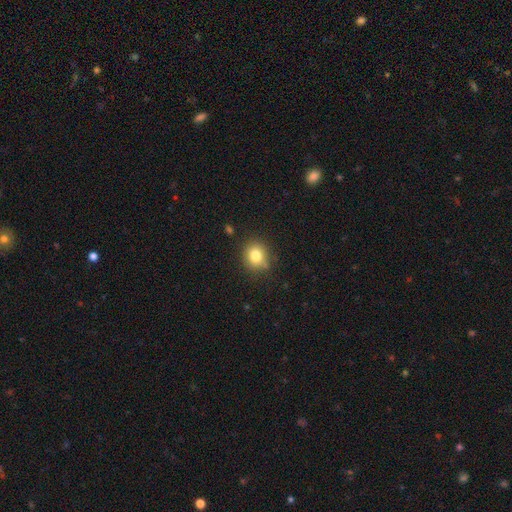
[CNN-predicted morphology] This is clearly a smooth galaxy (81%). How rounded: clearly round (82%). Merging: clearly none (82%).